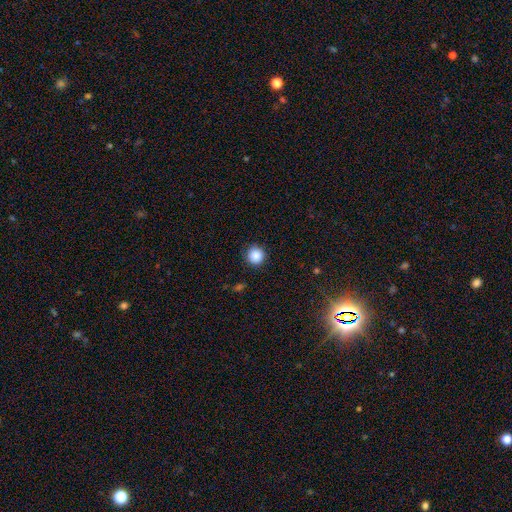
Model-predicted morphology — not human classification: A smooth galaxy with no disk features (87%) that is round (94%). Merging: none (87%).